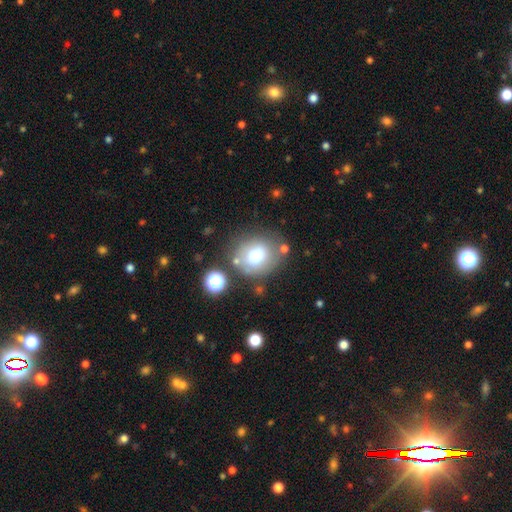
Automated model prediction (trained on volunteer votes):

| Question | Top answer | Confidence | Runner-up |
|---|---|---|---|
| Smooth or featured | smooth | 70% | featured or disk (18%) |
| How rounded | round | 66% | in between (33%) |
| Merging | none | 65% | minor disturbance (17%) |